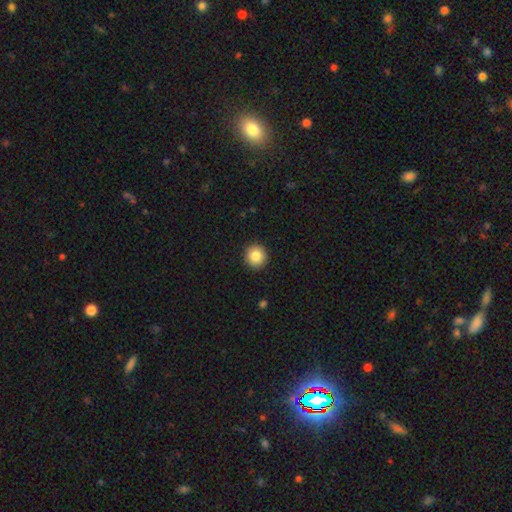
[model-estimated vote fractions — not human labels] The model was most divided on "smooth or featured": smooth: 84%, star or artifact: 9%, featured or disk: 6%. More confident: merging — none (92%); how rounded — round (92%).